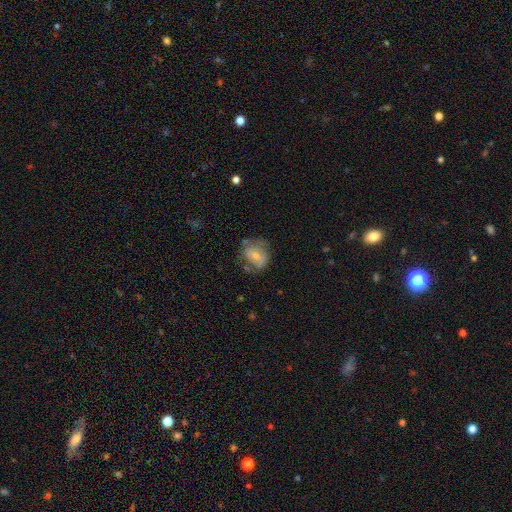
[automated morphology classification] Smooth or featured? Predicted: smooth (p=0.46). Merging? Predicted: none (p=0.47).